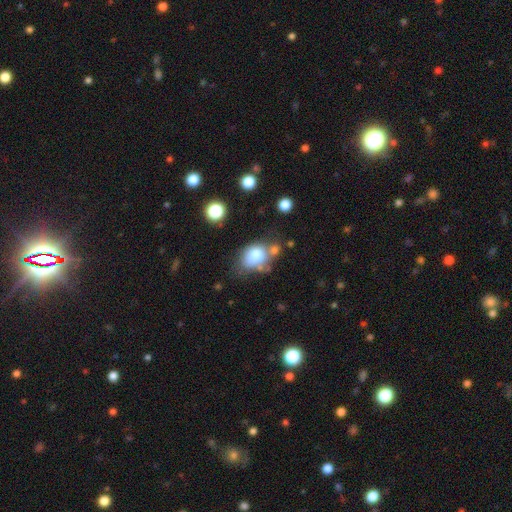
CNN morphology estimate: Smooth or featured? smooth (78%)
How rounded? in between (67%)
Merging? none (43%)